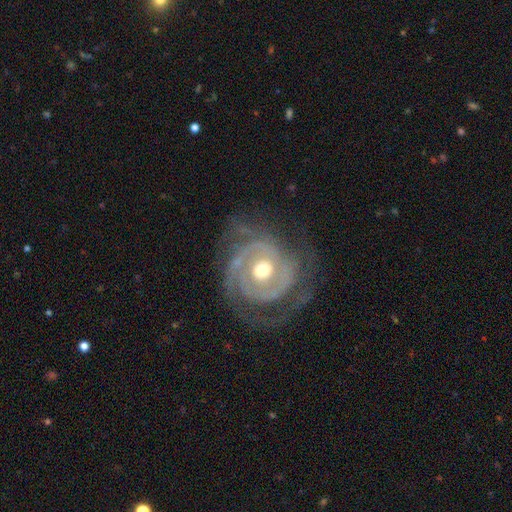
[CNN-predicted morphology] smooth_or_featured: featured or disk (p=0.87) [alt: smooth p=0.08]
disk_edge_on: no (p=0.97) [alt: yes p=0.03]
bar: no (p=0.66) [alt: weak p=0.24]
has_spiral_arms: yes (p=0.92) [alt: no p=0.08]
spiral_winding: tight (p=0.70) [alt: medium p=0.24]
spiral_arm_count: 2 (p=0.33) [alt: can't tell p=0.24]
bulge_size: moderate (p=0.75) [alt: small p=0.15]
merging: none (p=0.66) [alt: minor disturbance p=0.19]